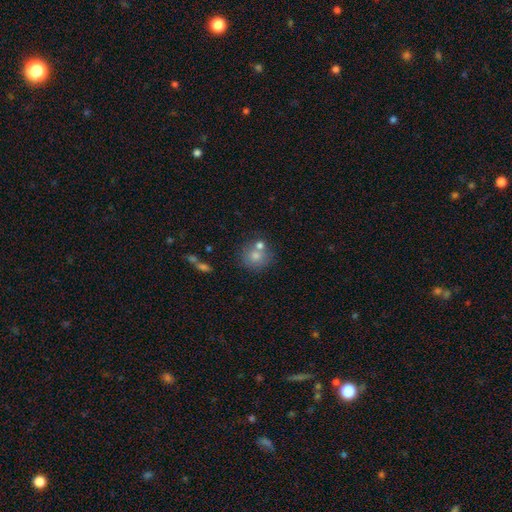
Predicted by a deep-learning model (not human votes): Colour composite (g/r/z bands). It shows a smooth galaxy with no disk features (71%) that is round (87%). Merging: none (59%).